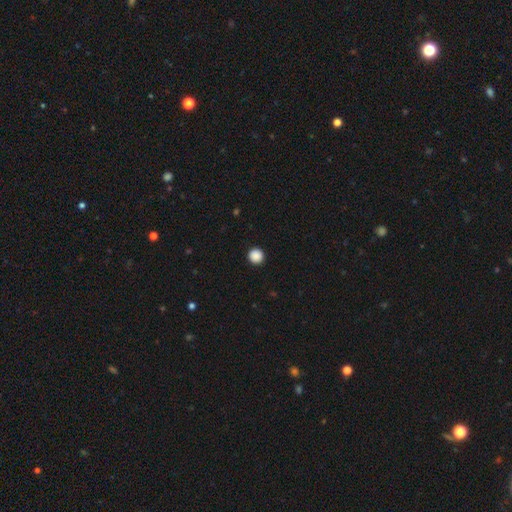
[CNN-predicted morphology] Q: Smooth or featured?
A: smooth (89%); runner-up: star or artifact (9%)
Q: How rounded?
A: round (96%); runner-up: in between (3%)
Q: Merging?
A: none (94%); runner-up: minor disturbance (4%)